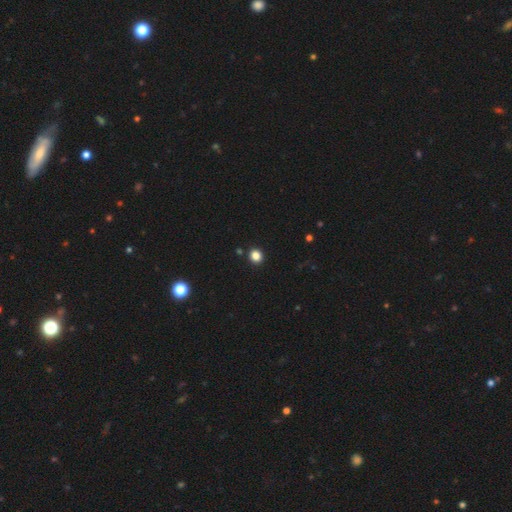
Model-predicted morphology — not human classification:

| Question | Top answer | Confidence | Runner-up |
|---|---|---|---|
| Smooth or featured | smooth | 84% | star or artifact (13%) |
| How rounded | round | 84% | in between (15%) |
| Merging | none | 92% | minor disturbance (5%) |